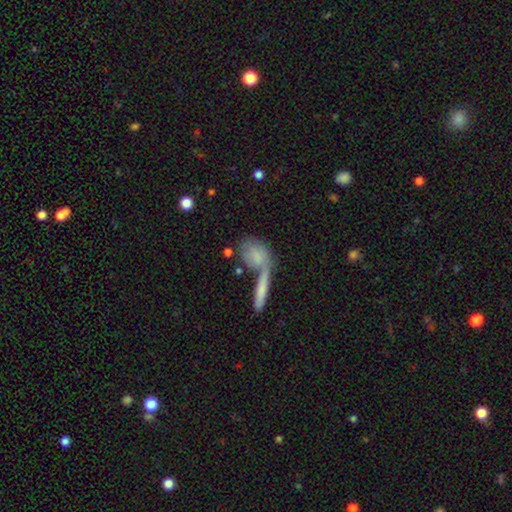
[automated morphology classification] Smooth or featured? smooth (70%)
How rounded? in between (57%)
Merging? none (41%)